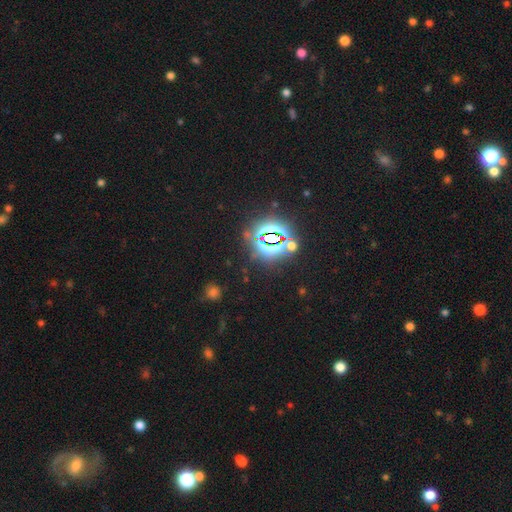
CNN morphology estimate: A star or artifact, not a galaxy (81%).

Vote fractions:
- Smooth or featured? star or artifact: 81% / smooth: 11% / featured or disk: 8%